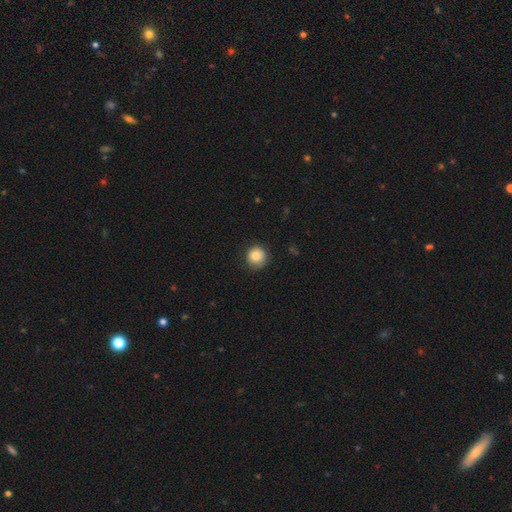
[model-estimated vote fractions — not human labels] smooth 84%, star or artifact 9%, featured or disk 6%. Down the decision tree: how rounded — round (93%); merging — none (85%).